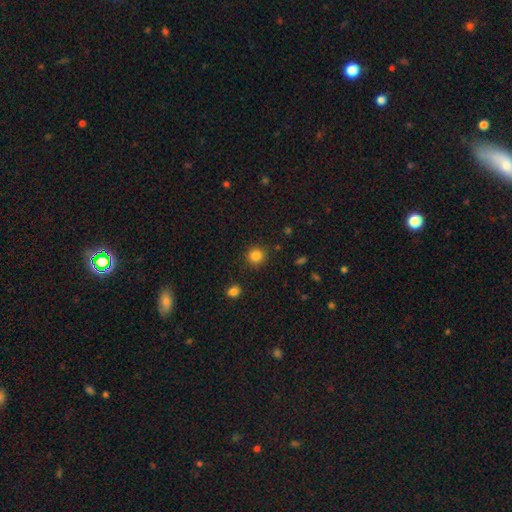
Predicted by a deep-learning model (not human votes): A smooth galaxy with no disk features (85%) that is round (93%).

Vote fractions:
- Smooth or featured? smooth: 85% / star or artifact: 11% / featured or disk: 4%
- How rounded? round: 93% / in between: 6% / cigar-shaped: 1%
- Merging? none: 90% / minor disturbance: 6% / major disturbance: 2% / merger: 2%